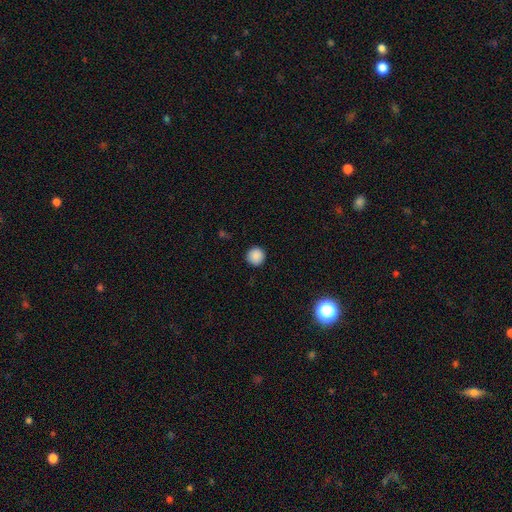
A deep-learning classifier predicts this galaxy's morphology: A smooth galaxy with no disk features (88%) that is round (96%). Merging: none (92%).